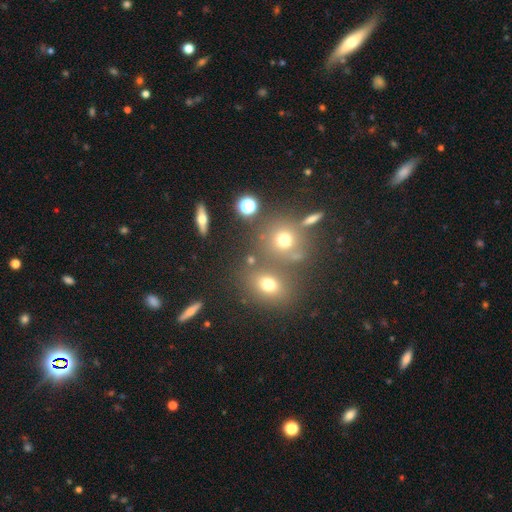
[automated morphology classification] Overall: smooth (51%; star or artifact 34%). How rounded: round (74%). Merging: none (49%; merger 39%).